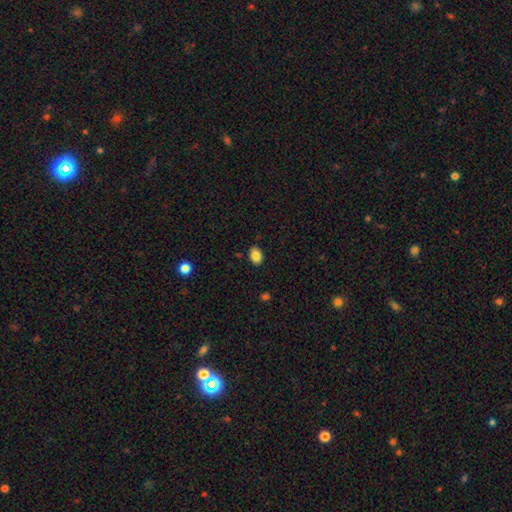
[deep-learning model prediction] Morphology: type=smooth (86%); roundness=in between (80%); merging=none (86%).